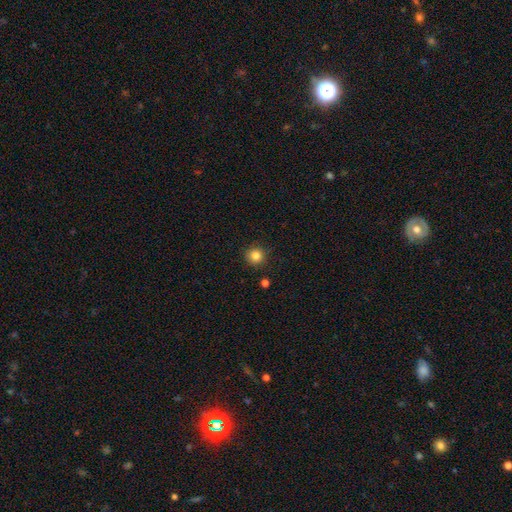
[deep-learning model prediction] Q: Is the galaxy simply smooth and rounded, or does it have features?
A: smooth — 83%.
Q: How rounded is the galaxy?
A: round — 94%.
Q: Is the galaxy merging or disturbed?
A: none — 90%.